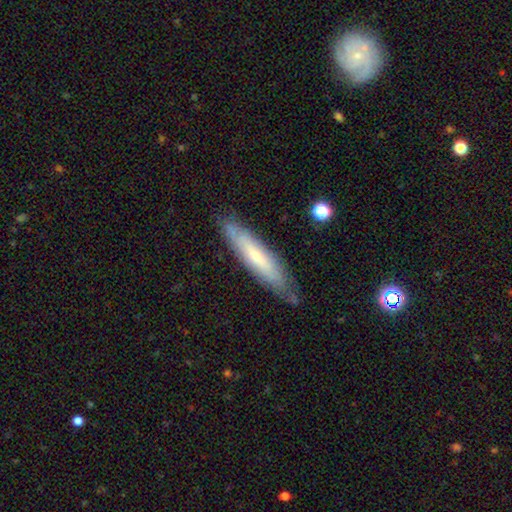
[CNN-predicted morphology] Smooth or featured? smooth (49%)
Merging? none (79%)